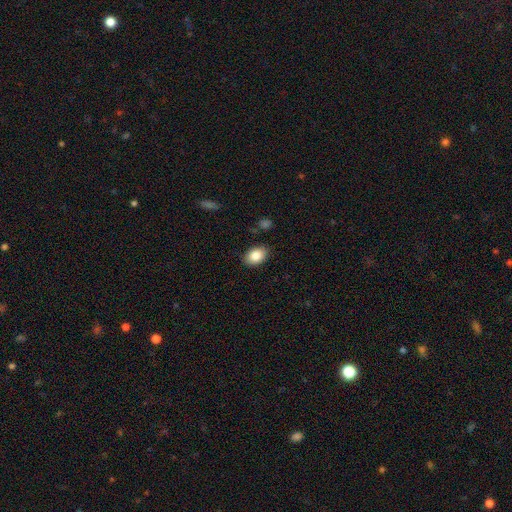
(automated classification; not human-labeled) This is clearly a smooth galaxy (86%). How rounded: clearly in between (82%). Merging: clearly none (86%).